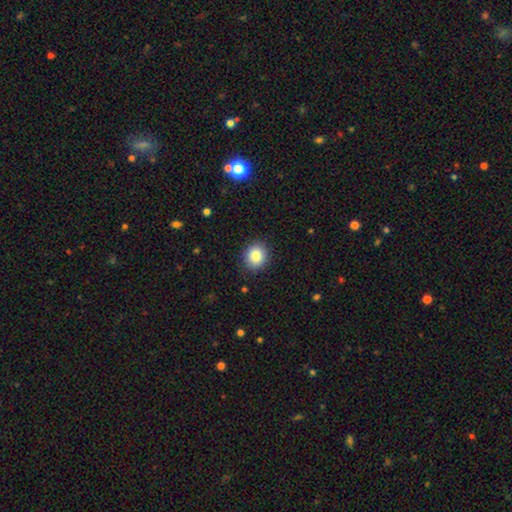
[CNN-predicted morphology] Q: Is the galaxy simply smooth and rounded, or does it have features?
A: smooth — 86%.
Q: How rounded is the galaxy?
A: round — 76%.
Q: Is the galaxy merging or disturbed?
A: none — 88%.